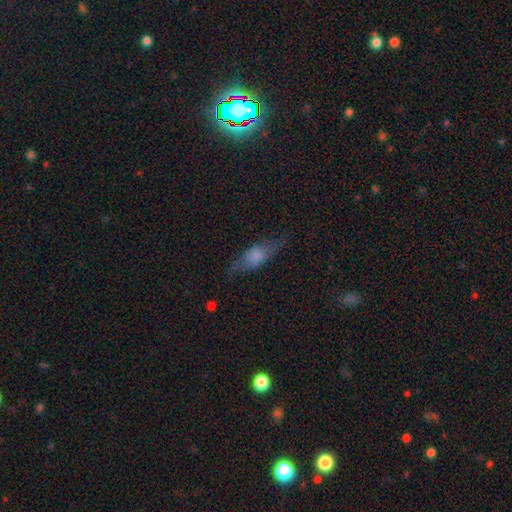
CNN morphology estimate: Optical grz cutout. It shows a smooth galaxy with no disk features (55%) that is in between round and cigar-shaped (52%). Merging: none (70%).